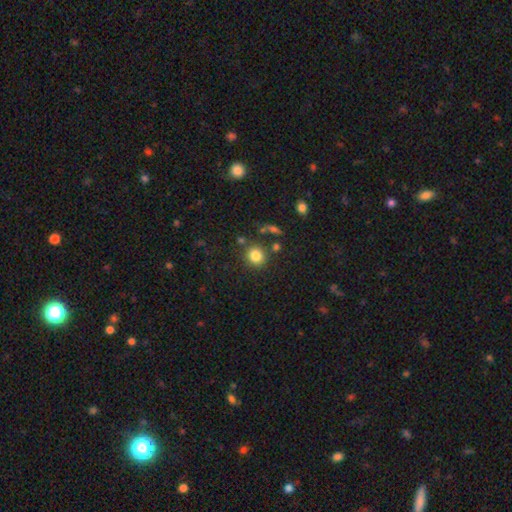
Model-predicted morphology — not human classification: A smooth galaxy with no disk features (82%) that is round (86%). Merging: none (81%).